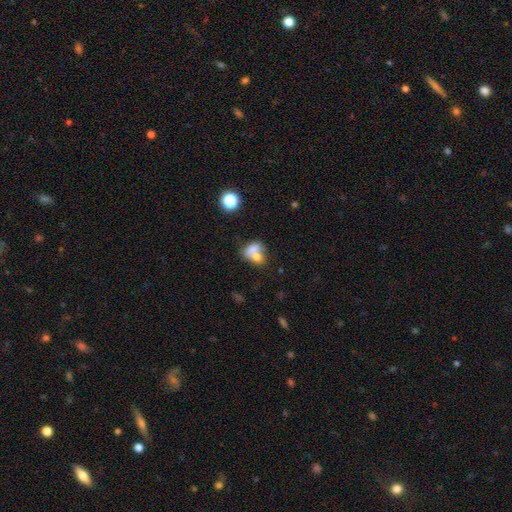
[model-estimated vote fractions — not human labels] This is likely a smooth galaxy (69%). How rounded: likely in between (61%). Merging: likely merger (64%).